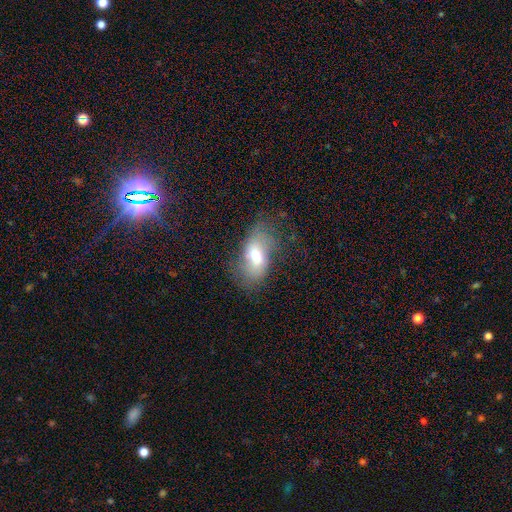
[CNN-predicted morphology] This is possibly a smooth galaxy (59%). How rounded: clearly in between (88%). Merging: possibly none (58%).